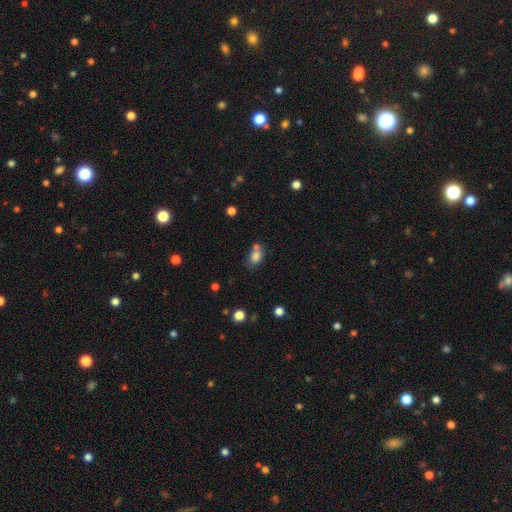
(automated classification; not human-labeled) Morphology: type=smooth (80%); roundness=in between (70%); merging=none (51%).